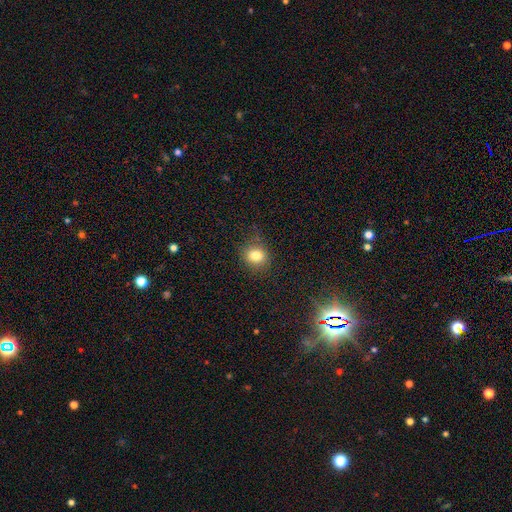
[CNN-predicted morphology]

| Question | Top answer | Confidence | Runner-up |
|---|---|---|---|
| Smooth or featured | smooth | 80% | star or artifact (12%) |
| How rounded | round | 73% | in between (26%) |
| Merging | none | 79% | minor disturbance (15%) |